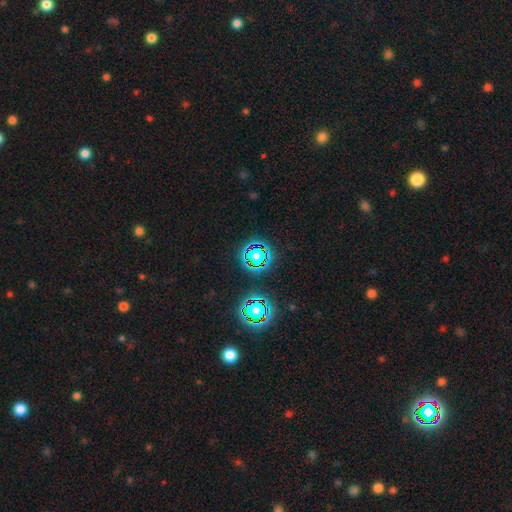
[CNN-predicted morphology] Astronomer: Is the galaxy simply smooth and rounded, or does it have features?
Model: star or artifact — 61%.